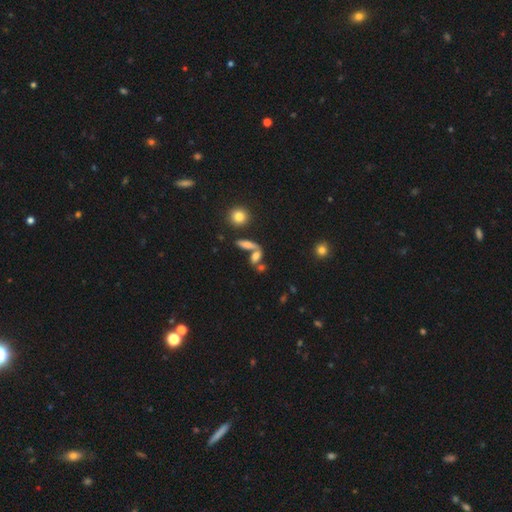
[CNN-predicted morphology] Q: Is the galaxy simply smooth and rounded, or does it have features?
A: smooth — 61%.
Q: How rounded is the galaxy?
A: in between — 61%.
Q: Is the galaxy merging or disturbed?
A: merger — 49%.